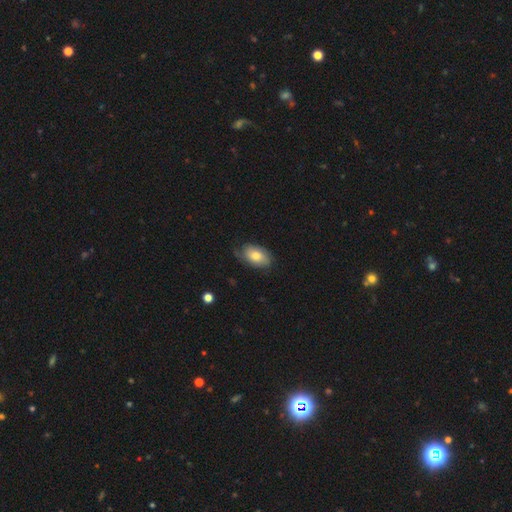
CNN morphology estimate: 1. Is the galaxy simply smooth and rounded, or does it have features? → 71% smooth, 23% featured or disk, 7% star or artifact.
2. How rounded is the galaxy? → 91% in between, 7% round, 2% cigar-shaped.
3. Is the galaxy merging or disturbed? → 65% none, 27% minor disturbance, 6% major disturbance, 1% merger.